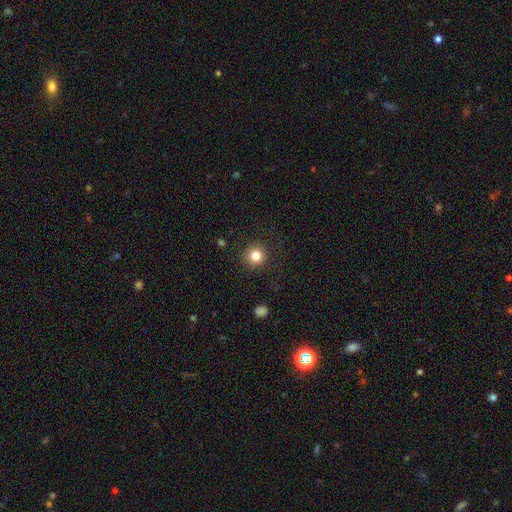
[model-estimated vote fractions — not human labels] Smooth or featured?
  - smooth: 83% *
  - star or artifact: 11%
  - featured or disk: 6%
How rounded?
  - round: 94% *
  - in between: 5%
  - cigar-shaped: 1%
Merging?
  - none: 90% *
  - minor disturbance: 6%
  - major disturbance: 3%
  - merger: 1%